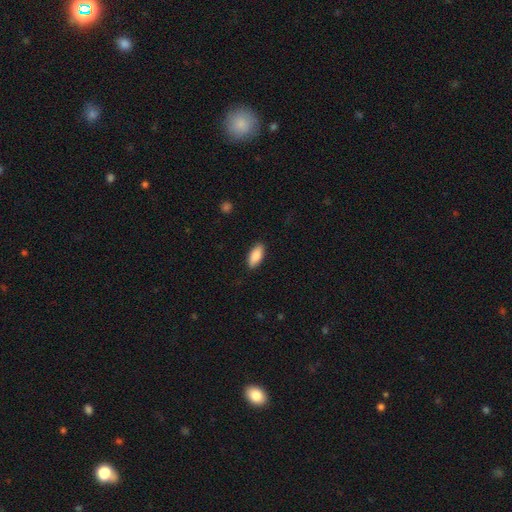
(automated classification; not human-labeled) A smooth galaxy with no disk features (88%) that is in between round and cigar-shaped (86%).

Vote fractions:
- Smooth or featured? smooth: 88% / featured or disk: 6% / star or artifact: 6%
- How rounded? in between: 86% / cigar-shaped: 12% / round: 2%
- Merging? none: 89% / minor disturbance: 8% / major disturbance: 2% / merger: 1%